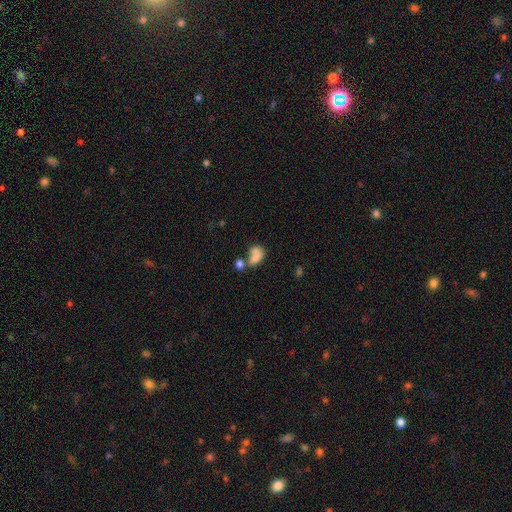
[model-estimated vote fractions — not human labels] Smooth or featured? smooth (74%)
How rounded? in between (75%)
Merging? merger (54%)